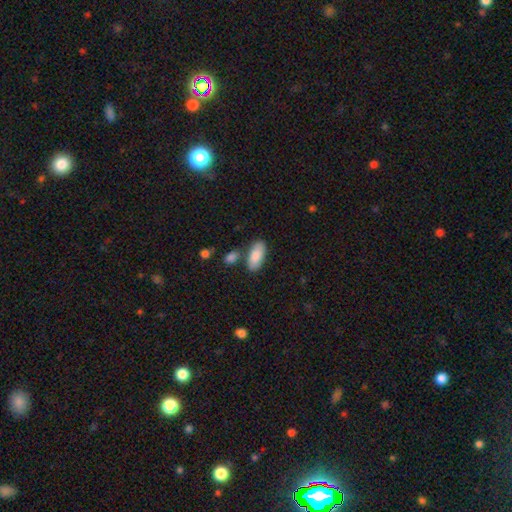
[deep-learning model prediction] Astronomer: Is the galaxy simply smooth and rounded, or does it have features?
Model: smooth — 85%.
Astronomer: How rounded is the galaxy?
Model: in between — 89%.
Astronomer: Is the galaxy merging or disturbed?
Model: none — 74%.